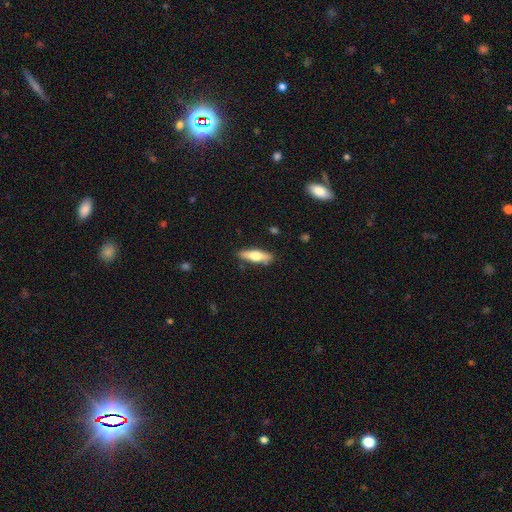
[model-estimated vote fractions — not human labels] smooth_or_featured: smooth (p=0.51) [alt: featured or disk p=0.44]
how_rounded: cigar-shaped (p=0.60) [alt: in between p=0.37]
merging: none (p=0.86) [alt: minor disturbance p=0.10]